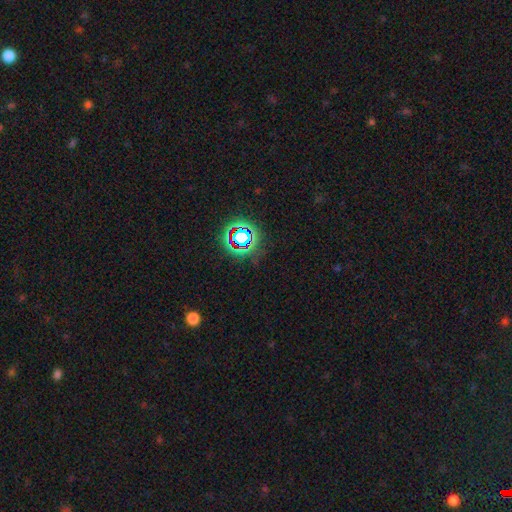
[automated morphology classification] smooth-or-featured: star or artifact: 71% | smooth: 19% | featured or disk: 10%